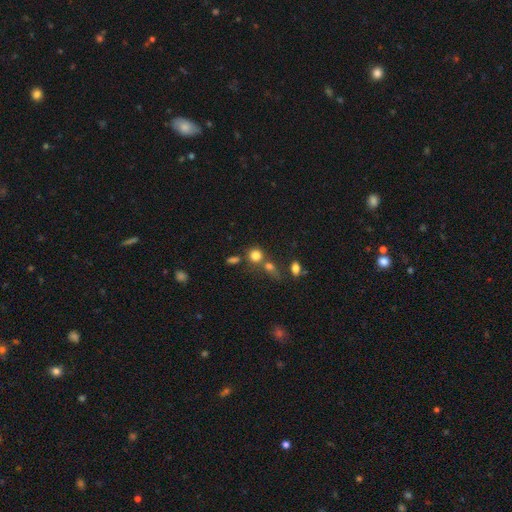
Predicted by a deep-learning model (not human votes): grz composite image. It shows a smooth galaxy with no disk features (77%) that is round (82%). Merging: none (53%).